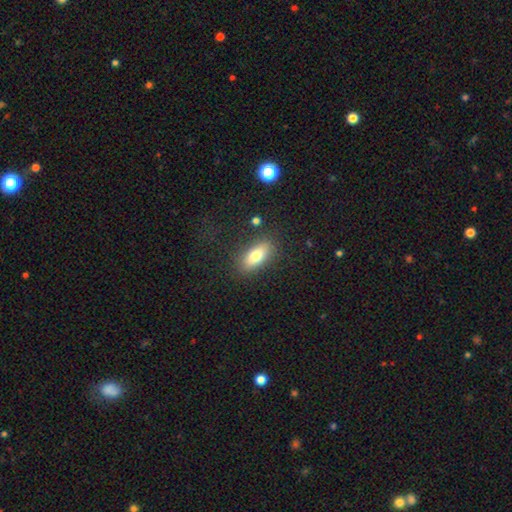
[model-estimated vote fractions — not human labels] Morphology: type=smooth (75%); roundness=in between (83%); merging=none (83%).